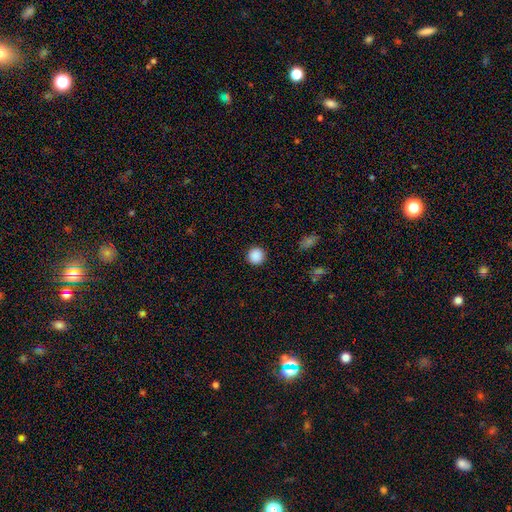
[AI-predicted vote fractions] smooth 88%, star or artifact 9%, featured or disk 2%. Down the decision tree: how rounded — round (96%); merging — none (93%).